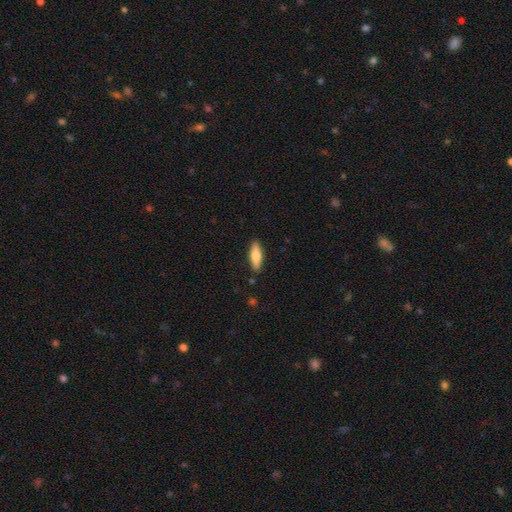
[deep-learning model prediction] This is likely a smooth galaxy (69%). How rounded: possibly in between (50%). Merging: clearly none (88%).